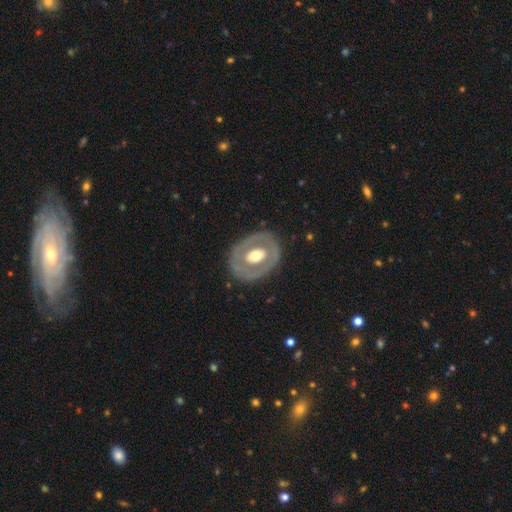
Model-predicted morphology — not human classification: smooth_or_featured: featured or disk (p=0.61) [alt: smooth p=0.34]
disk_edge_on: no (p=0.93) [alt: yes p=0.07]
bar: no (p=0.70) [alt: weak p=0.19]
has_spiral_arms: no (p=0.86) [alt: yes p=0.14]
bulge_size: moderate (p=0.61) [alt: large p=0.28]
merging: none (p=0.79) [alt: minor disturbance p=0.13]